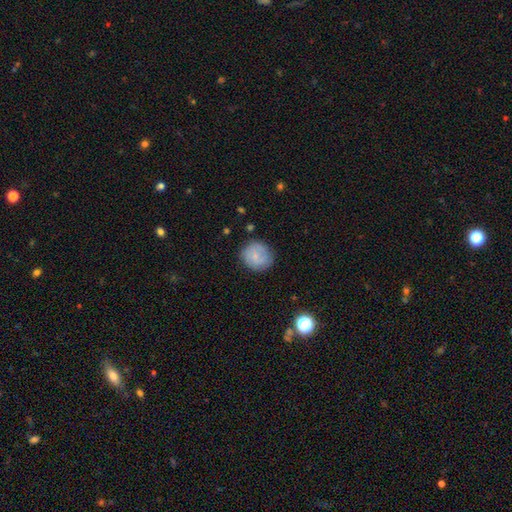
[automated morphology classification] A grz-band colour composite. It shows a smooth galaxy with no disk features (70%) that is round (88%). Merging: none (80%).